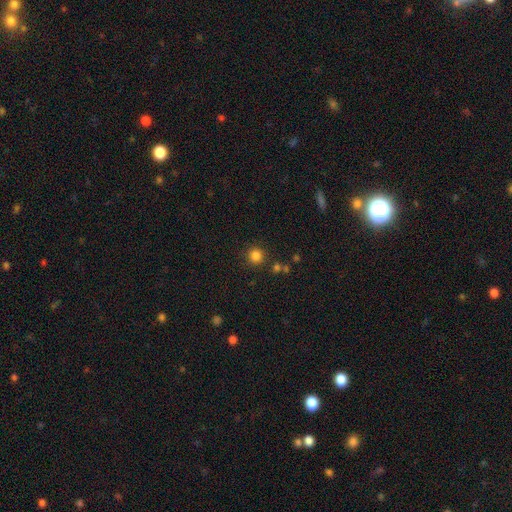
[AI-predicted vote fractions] This is clearly a smooth galaxy (82%). How rounded: clearly round (95%). Merging: clearly none (87%).